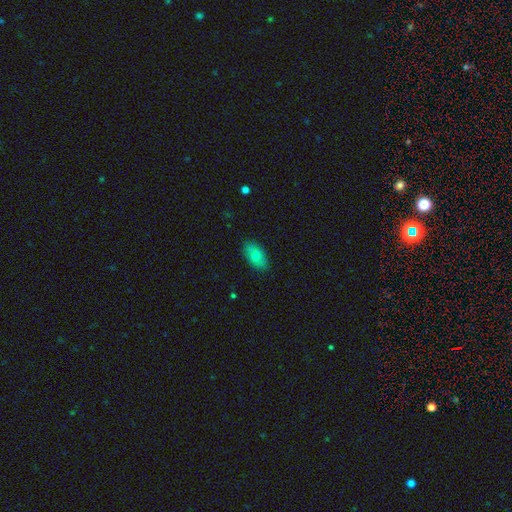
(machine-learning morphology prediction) smooth_or_featured: smooth (p=0.74) [alt: featured or disk p=0.18]
how_rounded: in between (p=0.92) [alt: round p=0.05]
merging: none (p=0.85) [alt: minor disturbance p=0.11]